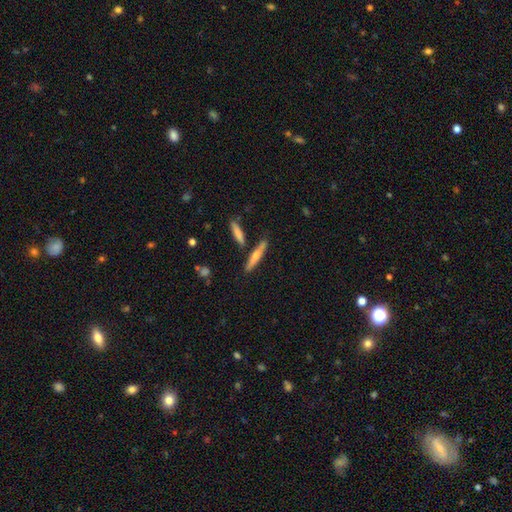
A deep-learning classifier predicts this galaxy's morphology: Smooth or featured? Predicted: featured or disk (p=0.48). Merging? Predicted: none (p=0.80).